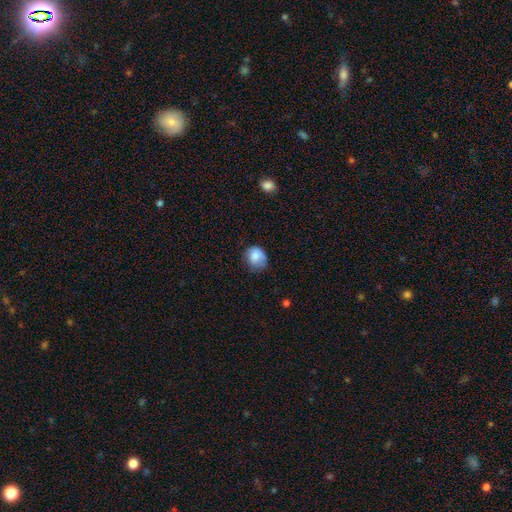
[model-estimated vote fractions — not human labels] A smooth galaxy with no disk features (82%) that is round (68%).

Vote fractions:
- Smooth or featured? smooth: 82% / featured or disk: 9% / star or artifact: 8%
- How rounded? round: 68% / in between: 31% / cigar-shaped: 1%
- Merging? none: 56% / minor disturbance: 32% / major disturbance: 10% / merger: 1%